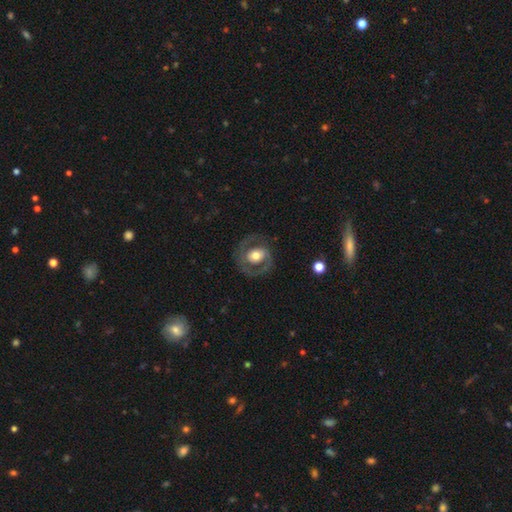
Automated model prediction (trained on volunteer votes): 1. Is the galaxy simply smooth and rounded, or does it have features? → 65% featured or disk, 29% smooth, 6% star or artifact.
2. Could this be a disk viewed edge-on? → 96% no, 4% yes.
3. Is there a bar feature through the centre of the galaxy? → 61% no, 27% weak, 12% strong.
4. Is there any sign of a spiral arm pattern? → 64% yes, 36% no.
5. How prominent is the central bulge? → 59% moderate, 29% large, 8% small, 2% dominant, 1% none.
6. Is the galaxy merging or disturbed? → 74% none, 13% minor disturbance, 11% major disturbance, 1% merger.